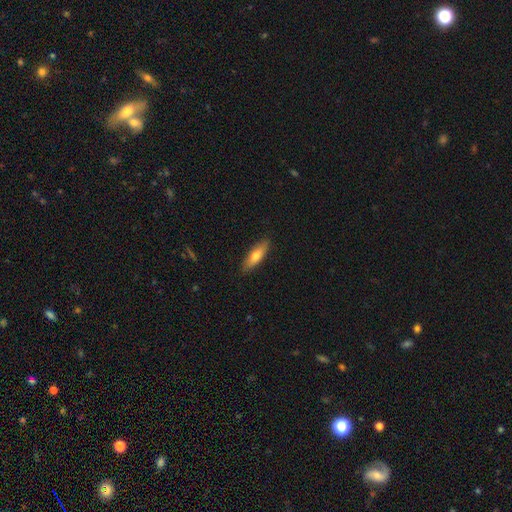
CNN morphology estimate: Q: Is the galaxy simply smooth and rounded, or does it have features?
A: smooth — 69%.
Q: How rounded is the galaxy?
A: in between — 49%, tied with cigar-shaped.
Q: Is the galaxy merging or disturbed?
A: none — 87%.